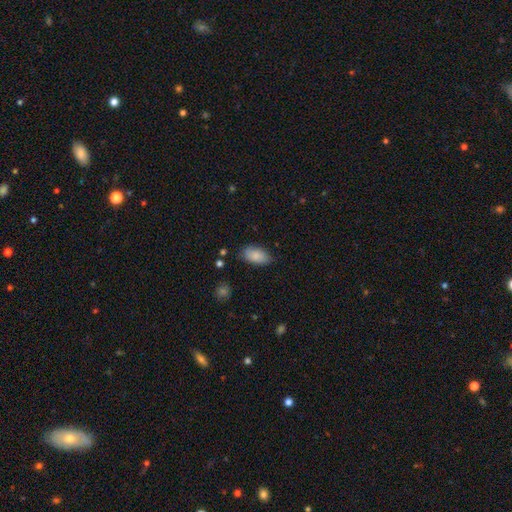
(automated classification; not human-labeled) This is clearly a smooth galaxy (86%). How rounded: clearly in between (94%). Merging: likely none (79%).